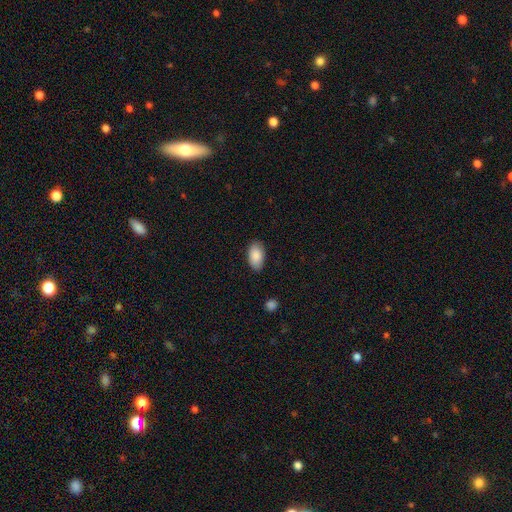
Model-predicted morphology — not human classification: type=smooth (89%); roundness=in between (94%); merging=none (84%).